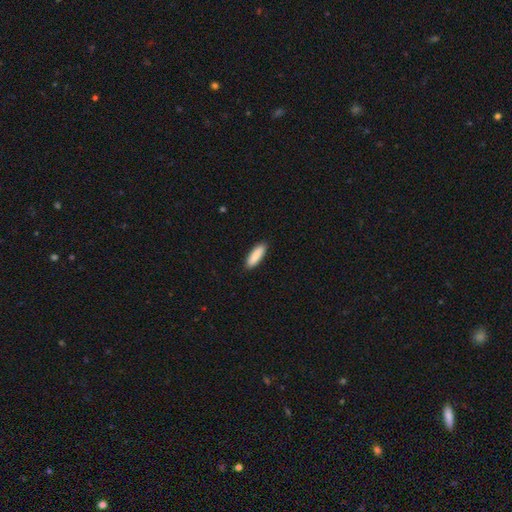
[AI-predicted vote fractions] Q: Smooth or featured?
A: smooth (89%); runner-up: star or artifact (5%)
Q: How rounded?
A: cigar-shaped (50%); runner-up: in between (48%)
Q: Merging?
A: none (90%); runner-up: minor disturbance (7%)